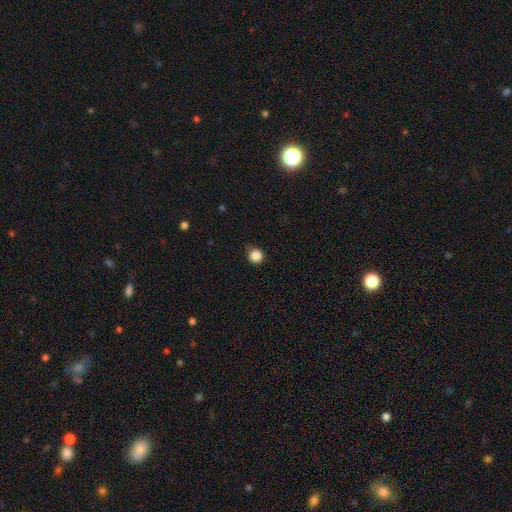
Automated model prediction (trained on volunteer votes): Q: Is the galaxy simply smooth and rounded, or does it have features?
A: smooth — 86%.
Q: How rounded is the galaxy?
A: round — 94%.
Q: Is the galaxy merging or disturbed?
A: none — 86%.